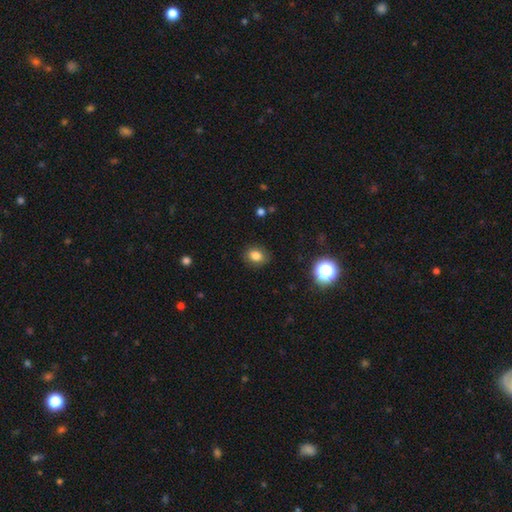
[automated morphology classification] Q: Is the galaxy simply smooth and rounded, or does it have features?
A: smooth — 81%.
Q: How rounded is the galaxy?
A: in between — 56%.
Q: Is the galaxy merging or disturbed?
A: none — 86%.